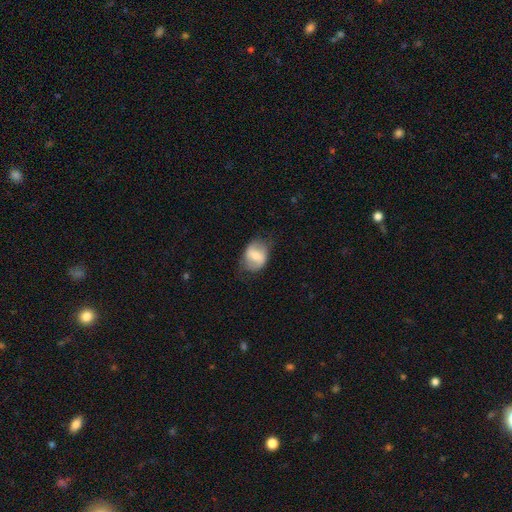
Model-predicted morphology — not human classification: The model was most divided on "smooth or featured": smooth: 53%, featured or disk: 40%, star or artifact: 7%. More confident: how rounded — in between (66%); merging — none (62%).